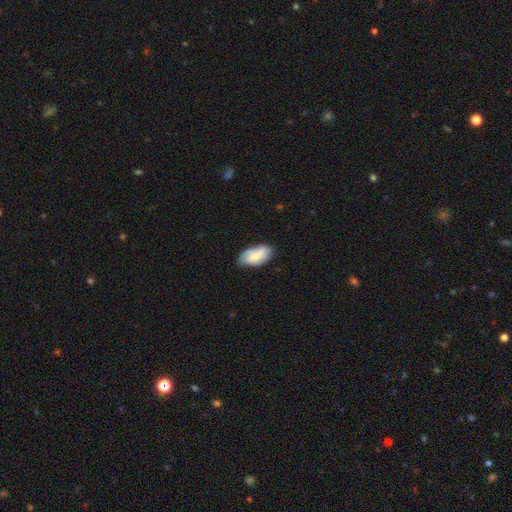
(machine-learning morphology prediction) This is possibly a smooth galaxy (60%). How rounded: clearly in between (92%). Merging: likely none (64%).